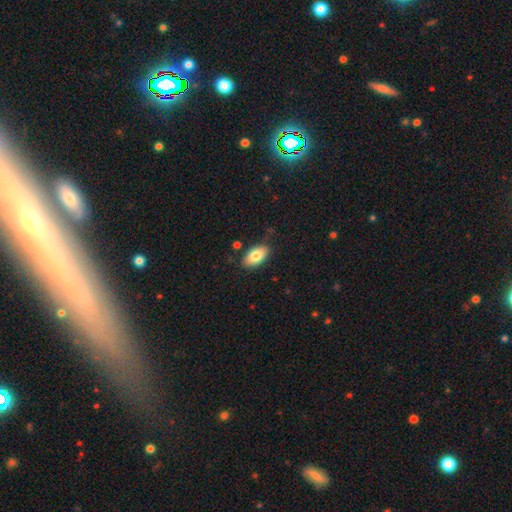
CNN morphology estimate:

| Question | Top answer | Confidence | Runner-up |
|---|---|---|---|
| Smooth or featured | smooth | 80% | featured or disk (13%) |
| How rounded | in between | 93% | round (4%) |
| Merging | none | 83% | minor disturbance (12%) |